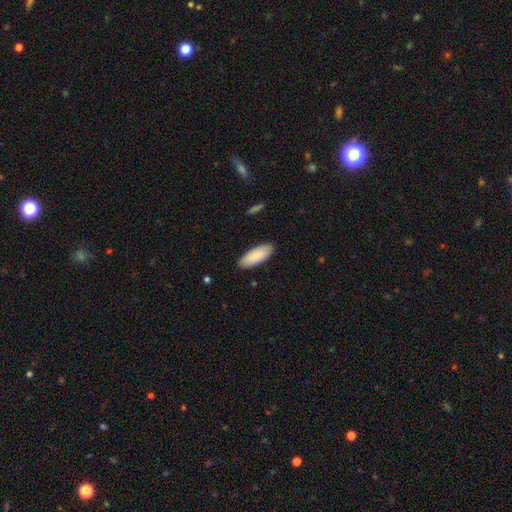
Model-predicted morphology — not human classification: smooth-or-featured: smooth: 89% | featured or disk: 6% | star or artifact: 5%
  how-rounded: in between: 77% | cigar-shaped: 22% | round: 1%
  merging: none: 88% | minor disturbance: 9% | major disturbance: 2% | merger: 1%